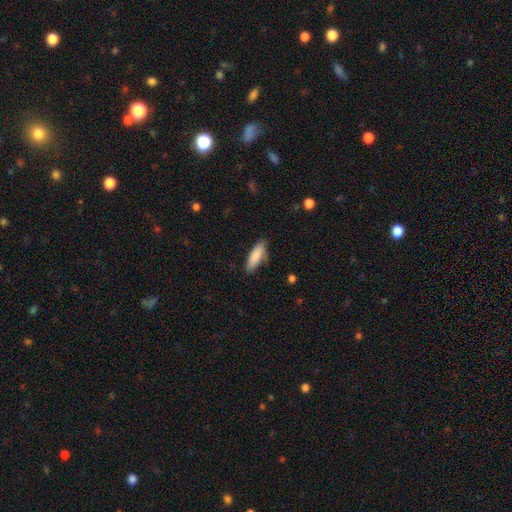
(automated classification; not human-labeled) The model was most divided on "how rounded": in between: 54%, cigar-shaped: 45%, round: 2%. More confident: smooth or featured — smooth (86%); merging — none (78%).